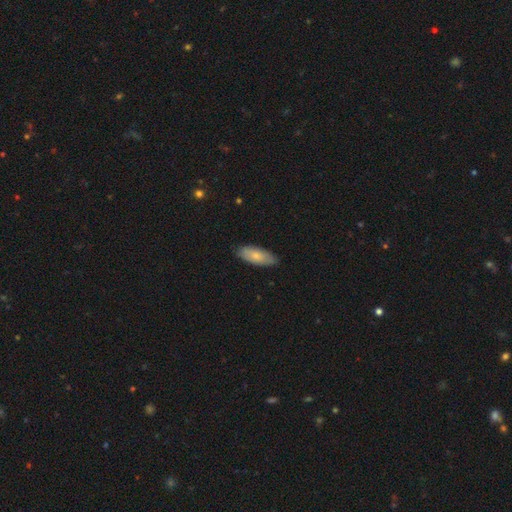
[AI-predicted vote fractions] Morphology: type=smooth (78%); roundness=in between (76%); merging=none (83%).